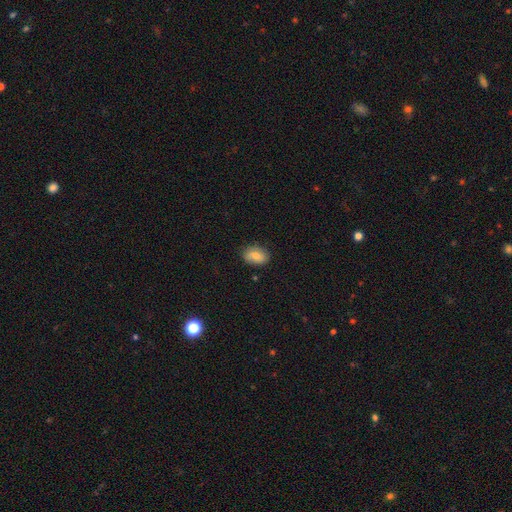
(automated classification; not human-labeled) Smooth or featured?
  - smooth: 71% *
  - featured or disk: 20%
  - star or artifact: 8%
How rounded?
  - in between: 75% *
  - round: 24%
  - cigar-shaped: 1%
Merging?
  - none: 82% *
  - minor disturbance: 14%
  - major disturbance: 3%
  - merger: 1%